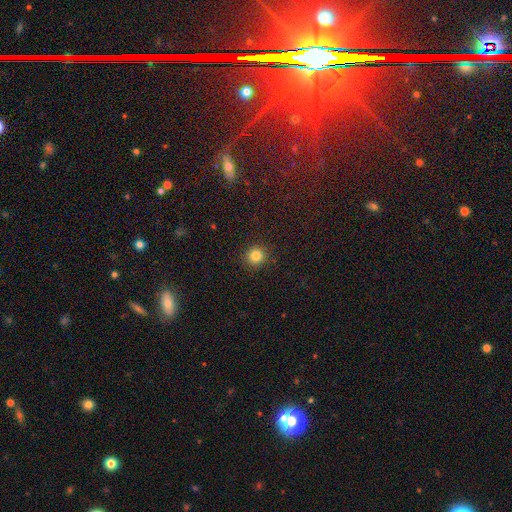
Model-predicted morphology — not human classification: A smooth galaxy with no disk features (83%) that is round (93%). Merging: none (91%).